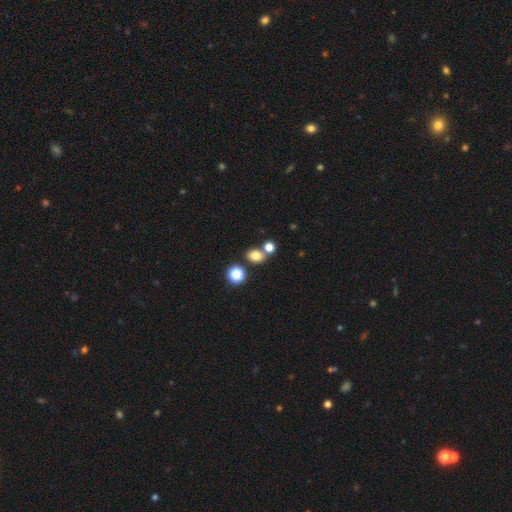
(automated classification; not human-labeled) Q: Smooth or featured?
A: smooth (78%); runner-up: star or artifact (14%)
Q: How rounded?
A: in between (50%); runner-up: round (49%)
Q: Merging?
A: none (64%); runner-up: merger (24%)